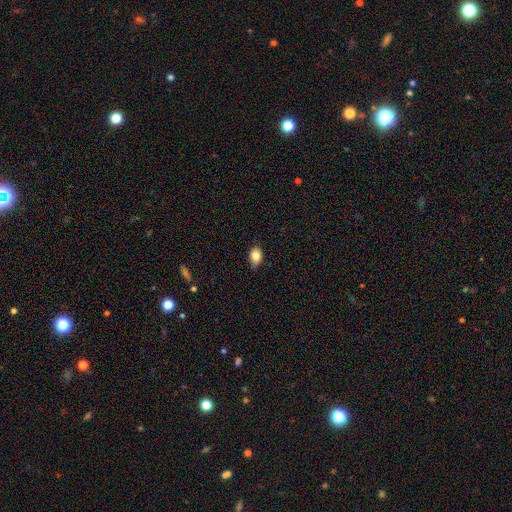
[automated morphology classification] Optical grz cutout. It shows a smooth galaxy with no disk features (84%) that is in between round and cigar-shaped (76%). Merging: none (70%).